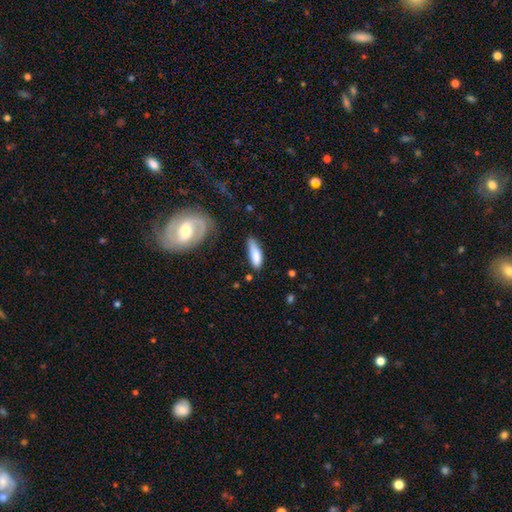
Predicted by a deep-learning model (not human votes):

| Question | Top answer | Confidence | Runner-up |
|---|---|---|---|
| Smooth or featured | smooth | 80% | featured or disk (14%) |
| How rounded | in between | 56% | cigar-shaped (42%) |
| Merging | none | 54% | minor disturbance (31%) |